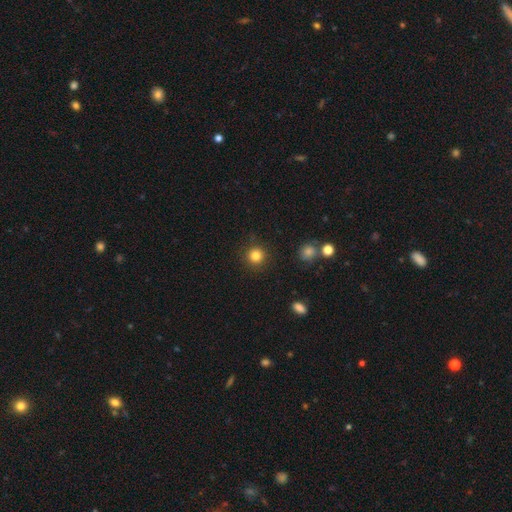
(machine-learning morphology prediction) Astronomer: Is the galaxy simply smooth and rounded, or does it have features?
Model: smooth — 83%.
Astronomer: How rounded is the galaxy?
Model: round — 94%.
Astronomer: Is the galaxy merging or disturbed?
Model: none — 90%.